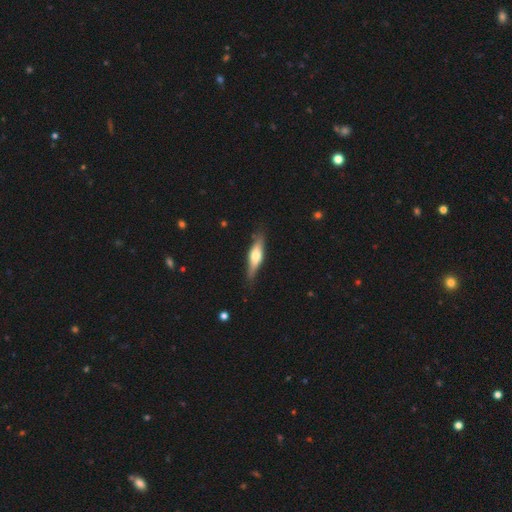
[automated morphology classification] Smooth or featured? smooth (47%, tied with featured or disk)
Merging? none (81%)